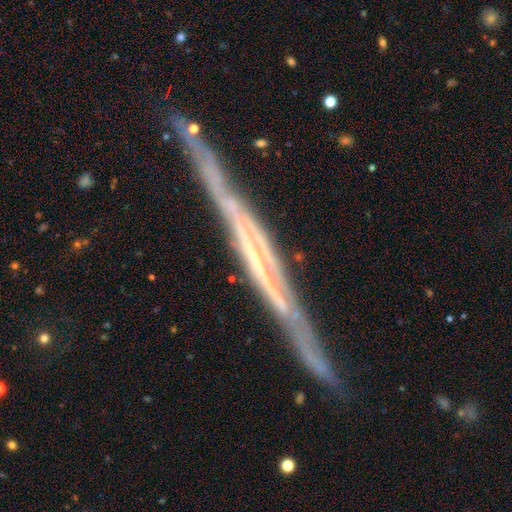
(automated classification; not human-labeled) Q: Smooth or featured?
A: featured or disk (85%); runner-up: smooth (8%)
Q: Edge-on disk?
A: yes (97%); runner-up: no (3%)
Q: Edge-on bulge?
A: none (43%); runner-up: boxy (34%)
Q: Merging?
A: none (86%); runner-up: minor disturbance (10%)